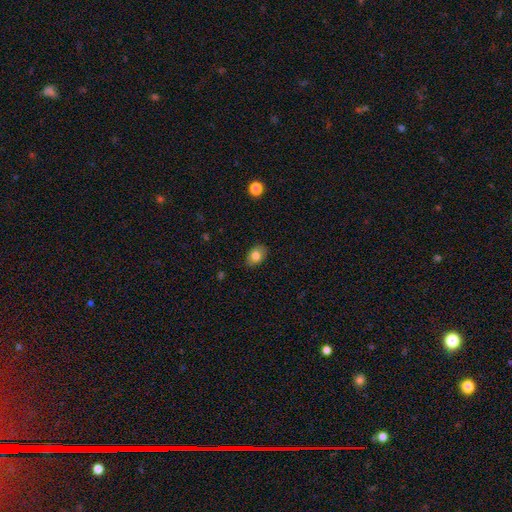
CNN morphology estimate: Overall: smooth (81%). How rounded: in between (76%). Merging: none (84%).